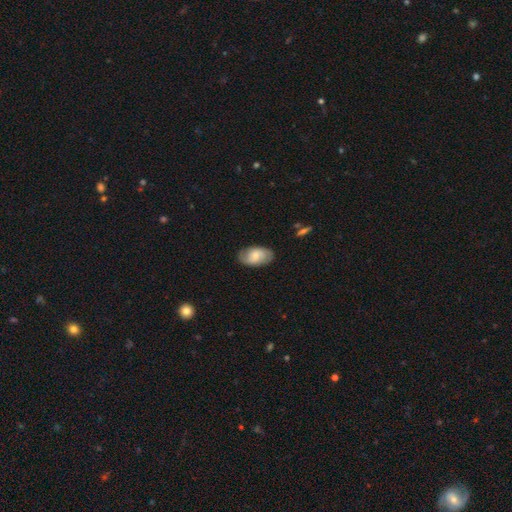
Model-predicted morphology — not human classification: smooth-or-featured: featured or disk: 50% | smooth: 43% | star or artifact: 7%
  disk-edge-on: no: 94% | yes: 6%
  merging: none: 82% | minor disturbance: 14% | major disturbance: 3% | merger: 1%